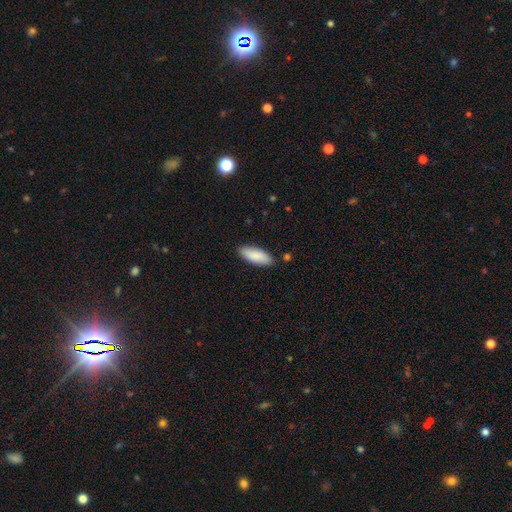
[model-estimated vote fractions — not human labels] Q: Smooth or featured?
A: smooth (87%); runner-up: featured or disk (7%)
Q: How rounded?
A: in between (72%); runner-up: cigar-shaped (26%)
Q: Merging?
A: none (86%); runner-up: minor disturbance (10%)